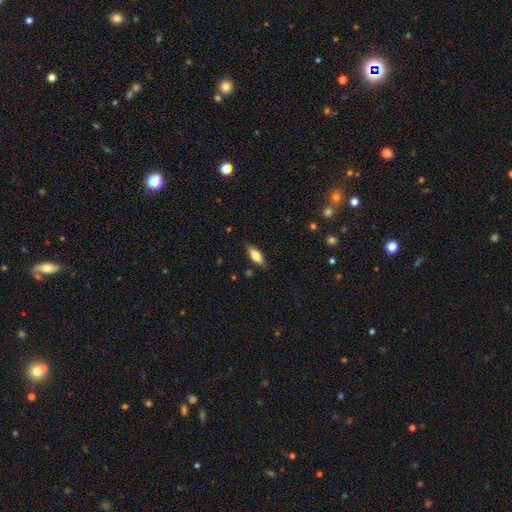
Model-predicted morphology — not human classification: A smooth galaxy with no disk features (66%) that is in between round and cigar-shaped (68%).

Vote fractions:
- Smooth or featured? smooth: 66% / featured or disk: 27% / star or artifact: 7%
- How rounded? in between: 68% / cigar-shaped: 29% / round: 3%
- Merging? none: 83% / minor disturbance: 13% / major disturbance: 3% / merger: 1%